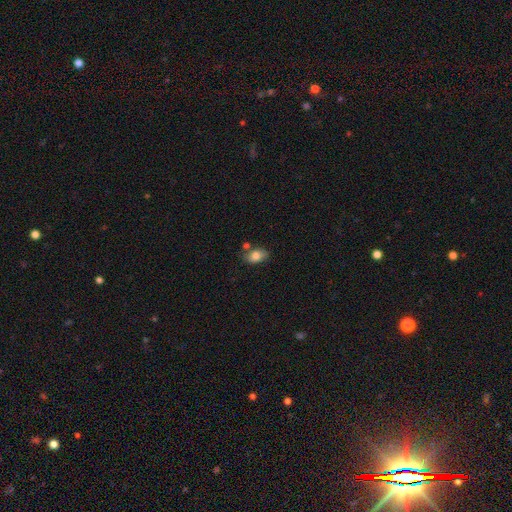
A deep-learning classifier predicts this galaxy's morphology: Overall: smooth (80%). How rounded: in between (84%). Merging: none (64%).